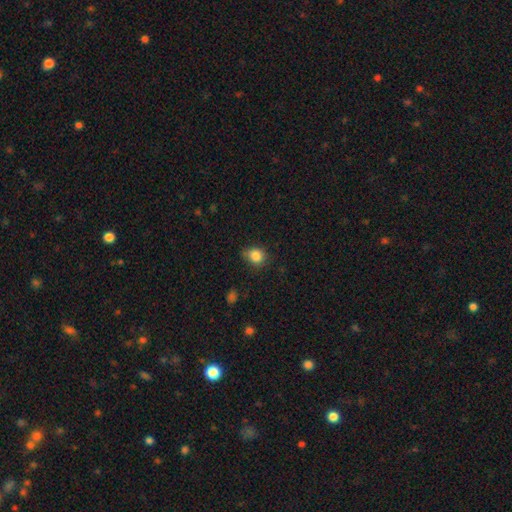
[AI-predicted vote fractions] Smooth or featured: smooth — 85% (star or artifact — 10%)
How rounded: round — 66% (in between — 33%)
Merging: none — 67% (minor disturbance — 26%)